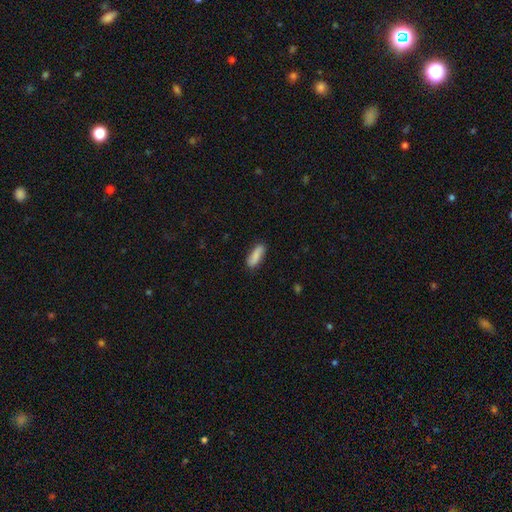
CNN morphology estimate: Smooth or featured: smooth — 84% (featured or disk — 10%)
How rounded: in between — 56% (cigar-shaped — 42%)
Merging: none — 83% (minor disturbance — 13%)